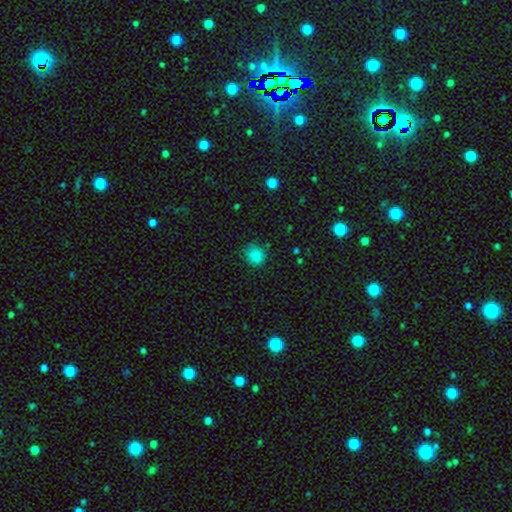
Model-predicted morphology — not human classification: type=smooth (84%); roundness=round (82%); merging=none (82%).